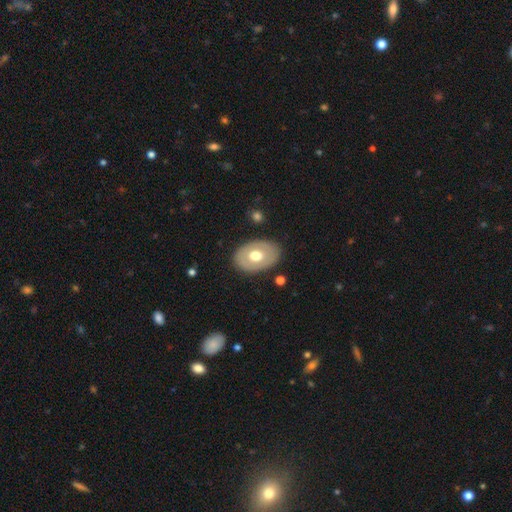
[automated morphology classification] This is possibly a smooth galaxy (56%). How rounded: clearly in between (82%). Merging: clearly none (86%).